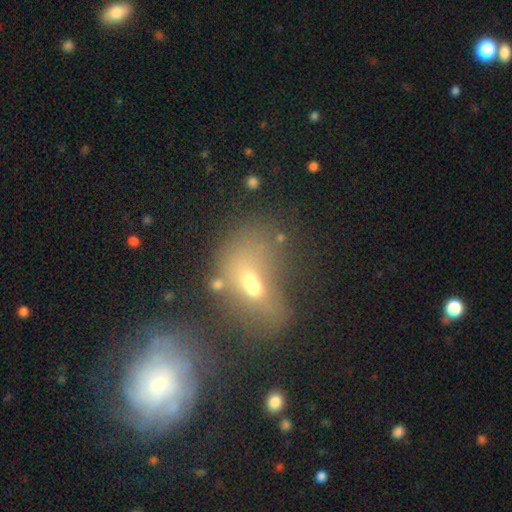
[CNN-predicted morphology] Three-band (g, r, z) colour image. It shows a smooth galaxy with no disk features (42%). Merging: merger (35%).